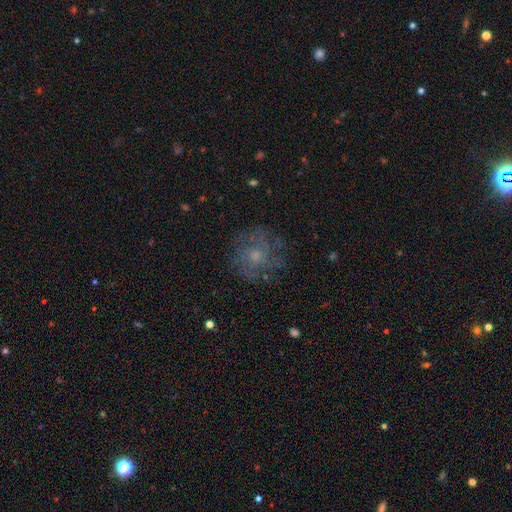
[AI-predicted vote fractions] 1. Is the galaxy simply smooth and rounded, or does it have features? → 48% featured or disk, 38% smooth, 14% star or artifact.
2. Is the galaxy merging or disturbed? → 73% none, 16% minor disturbance, 10% major disturbance, 1% merger.